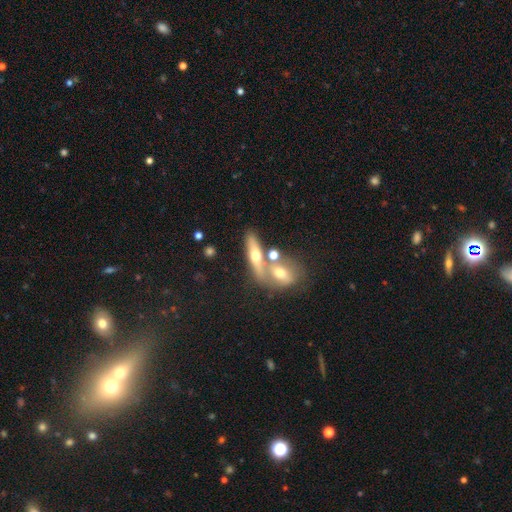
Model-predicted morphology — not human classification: Smooth or featured? Predicted: smooth (p=0.50). Merging? Predicted: none (p=0.47).